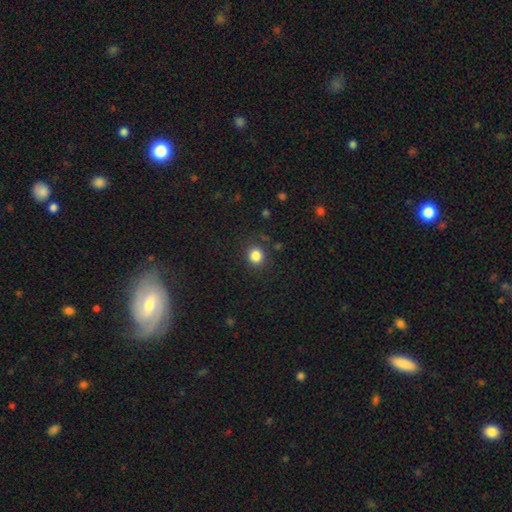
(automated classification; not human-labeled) This appears to be a smooth galaxy with no disk features (84%) that is round (86%). Merging: none (87%).